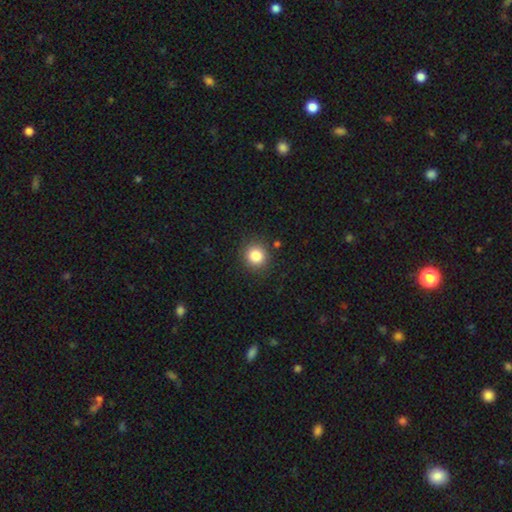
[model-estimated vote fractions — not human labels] This appears to be a smooth galaxy with no disk features (84%) that is round (91%). Merging: none (87%).